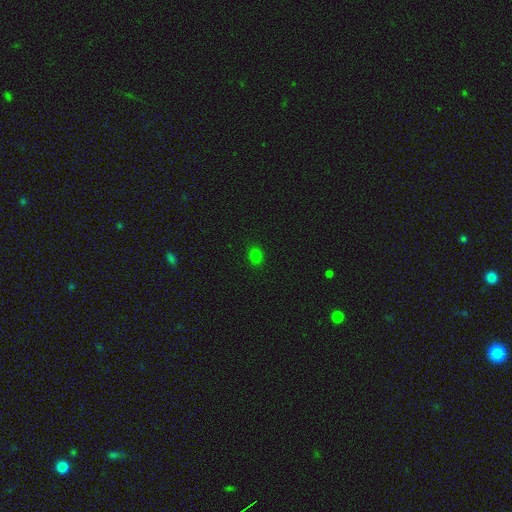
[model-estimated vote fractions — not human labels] Smooth or featured?
  - smooth: 78% *
  - star or artifact: 17%
  - featured or disk: 5%
How rounded?
  - round: 59% *
  - in between: 40%
  - cigar-shaped: 1%
Merging?
  - none: 90% *
  - minor disturbance: 7%
  - major disturbance: 2%
  - merger: 1%